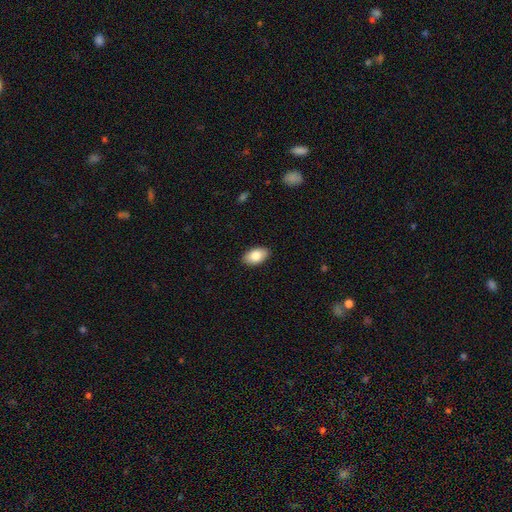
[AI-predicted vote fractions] Smooth or featured? smooth (84%)
How rounded? in between (94%)
Merging? none (89%)